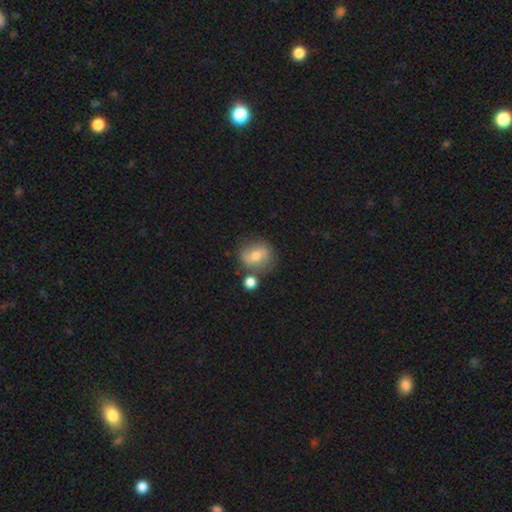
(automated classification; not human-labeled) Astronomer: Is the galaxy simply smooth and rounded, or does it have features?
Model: smooth — 53% (runner-up: featured or disk, 37%).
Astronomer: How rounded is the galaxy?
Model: round — 73%.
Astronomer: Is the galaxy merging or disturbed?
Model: none — 68%.